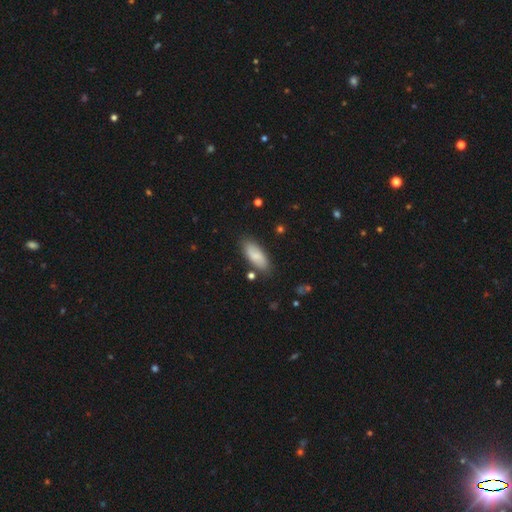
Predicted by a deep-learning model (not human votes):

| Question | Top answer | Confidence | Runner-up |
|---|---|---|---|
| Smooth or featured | smooth | 77% | featured or disk (17%) |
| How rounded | in between | 82% | cigar-shaped (16%) |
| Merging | none | 81% | minor disturbance (14%) |